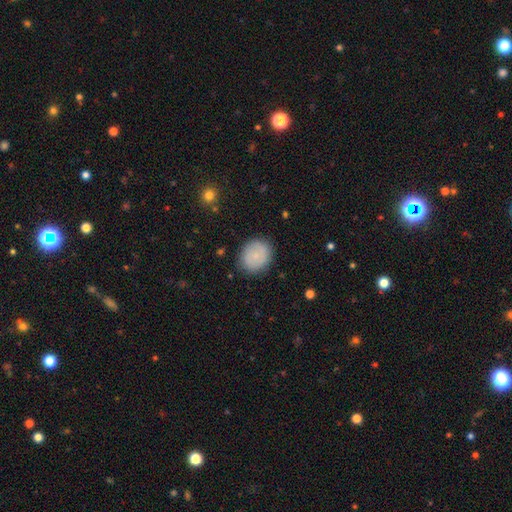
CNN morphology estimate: Smooth or featured? Predicted: smooth (p=0.76). How rounded? Predicted: round (p=0.71). Merging? Predicted: none (p=0.85).